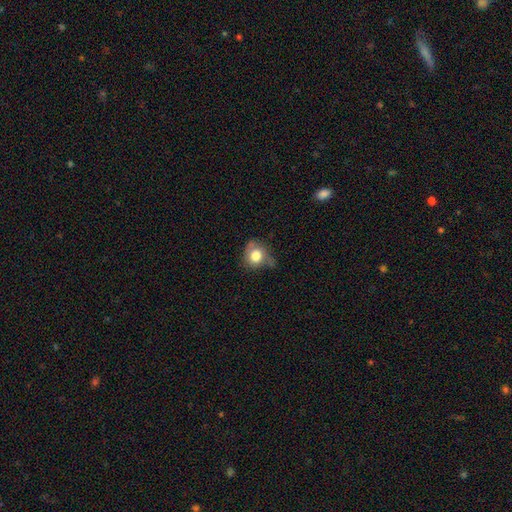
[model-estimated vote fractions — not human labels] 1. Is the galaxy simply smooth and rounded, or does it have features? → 76% smooth, 15% featured or disk, 9% star or artifact.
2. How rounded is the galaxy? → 72% round, 26% in between, 1% cigar-shaped.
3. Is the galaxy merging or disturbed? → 47% none, 36% minor disturbance, 14% major disturbance, 4% merger.